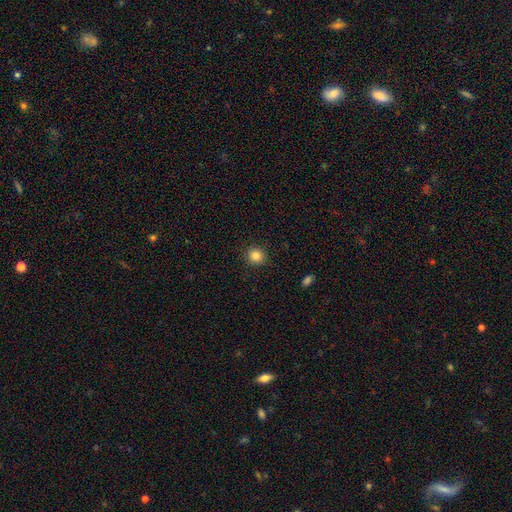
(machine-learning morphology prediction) A smooth galaxy with no disk features (84%) that is round (90%). Merging: none (91%).